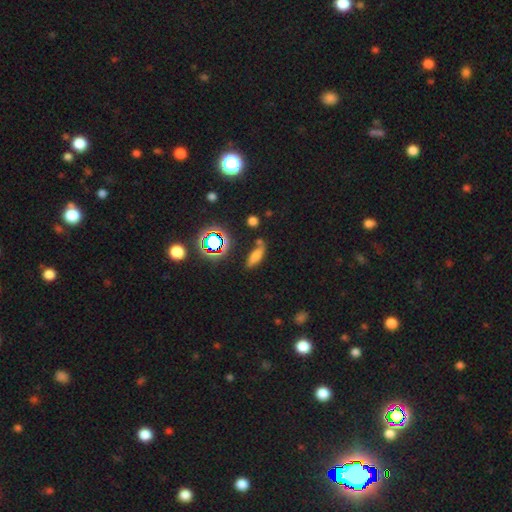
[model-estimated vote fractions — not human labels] The model was most divided on "how rounded": in between: 57%, cigar-shaped: 37%, round: 6%. More confident: merging — none (68%); smooth or featured — smooth (64%).